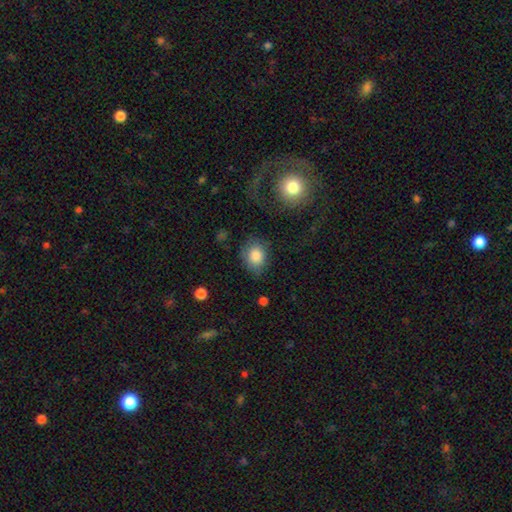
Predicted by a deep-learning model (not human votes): smooth-or-featured: smooth: 82% | featured or disk: 9% | star or artifact: 8%
  how-rounded: in between: 54% | round: 45% | cigar-shaped: 1%
  merging: none: 68% | minor disturbance: 22% | major disturbance: 8% | merger: 2%